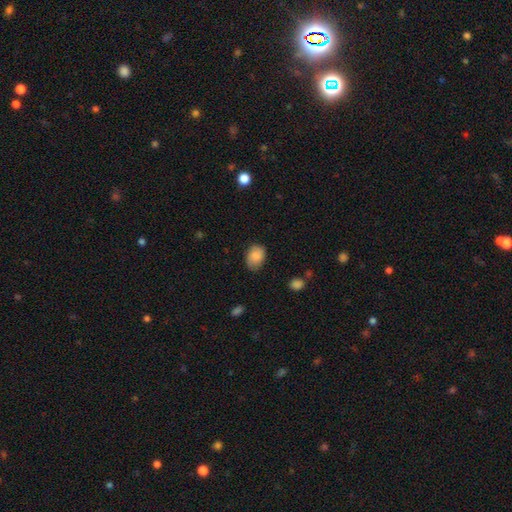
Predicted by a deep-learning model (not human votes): Smooth or featured: smooth — 86% (featured or disk — 7%)
How rounded: in between — 71% (round — 28%)
Merging: none — 73% (minor disturbance — 22%)